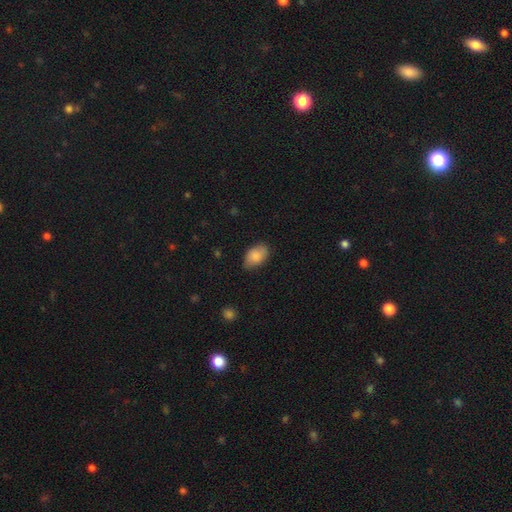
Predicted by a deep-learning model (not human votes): Morphology: type=smooth (82%); roundness=in between (91%); merging=none (77%).